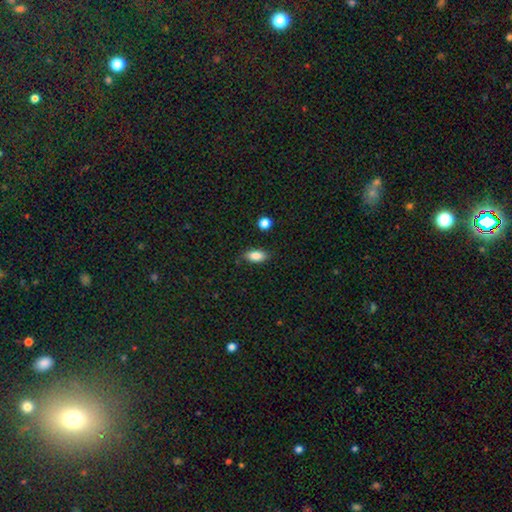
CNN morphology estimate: Smooth or featured: smooth — 85% (star or artifact — 8%)
How rounded: in between — 88% (cigar-shaped — 7%)
Merging: none — 83% (minor disturbance — 12%)